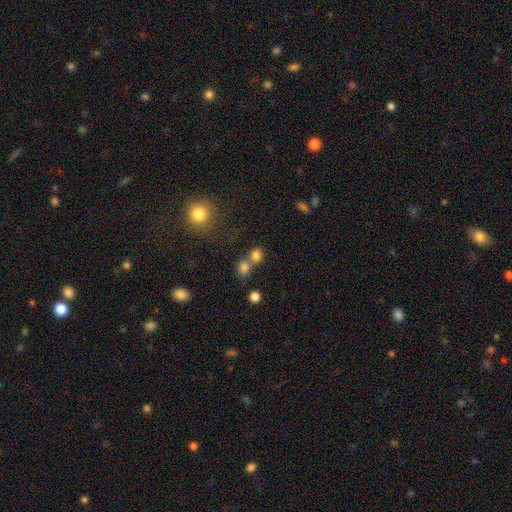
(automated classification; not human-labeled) smooth-or-featured: smooth: 78% | star or artifact: 15% | featured or disk: 7%
  how-rounded: round: 77% | in between: 22% | cigar-shaped: 1%
  merging: none: 45% (tied) | merger: 45% (tied) | minor disturbance: 7% | major disturbance: 3%